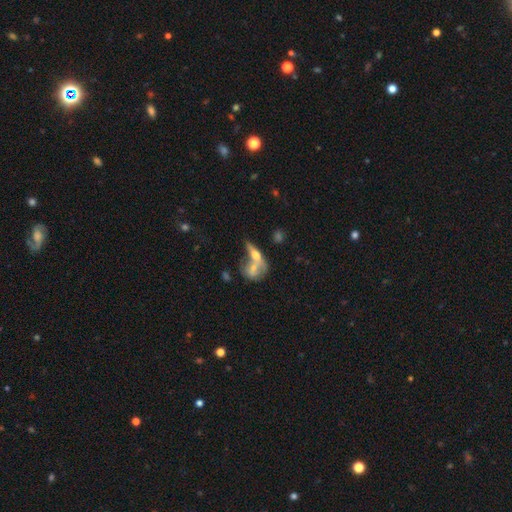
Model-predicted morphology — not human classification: Overall: smooth (47%; featured or disk 43%). Merging: merger (54%; none 29%).